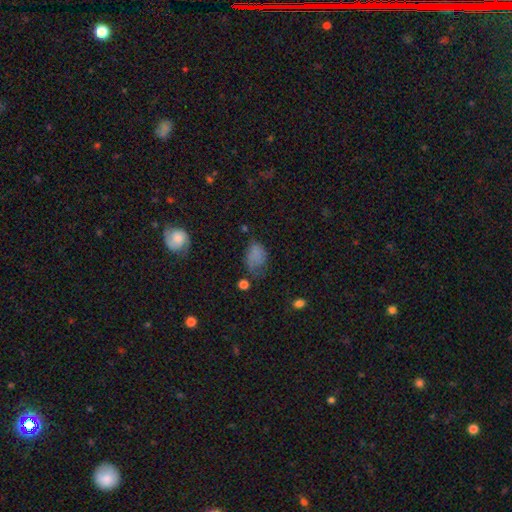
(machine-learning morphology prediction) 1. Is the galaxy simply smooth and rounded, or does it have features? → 72% smooth, 15% star or artifact, 14% featured or disk.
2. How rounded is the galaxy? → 76% in between, 22% round, 2% cigar-shaped.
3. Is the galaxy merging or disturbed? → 38% none, 34% minor disturbance, 24% major disturbance, 4% merger.